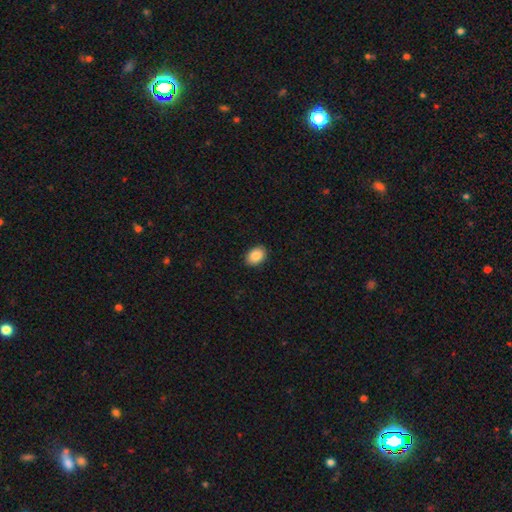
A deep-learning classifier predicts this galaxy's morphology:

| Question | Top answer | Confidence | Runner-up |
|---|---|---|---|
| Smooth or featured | smooth | 87% | star or artifact (7%) |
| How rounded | in between | 79% | round (20%) |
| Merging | none | 89% | minor disturbance (8%) |